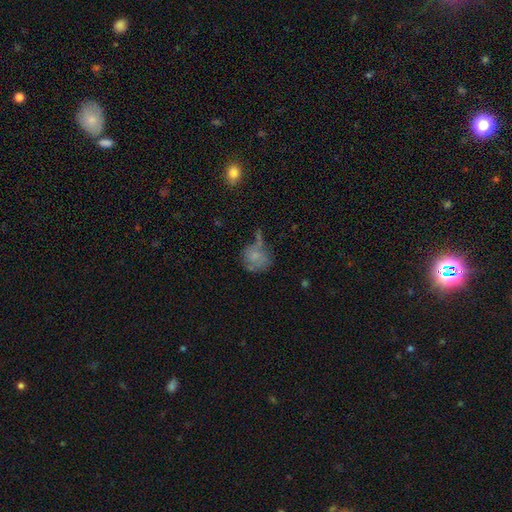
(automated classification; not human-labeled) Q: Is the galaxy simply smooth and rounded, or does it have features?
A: smooth — 64%.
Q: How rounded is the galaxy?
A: round — 72%.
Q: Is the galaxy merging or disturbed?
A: none — 43%.